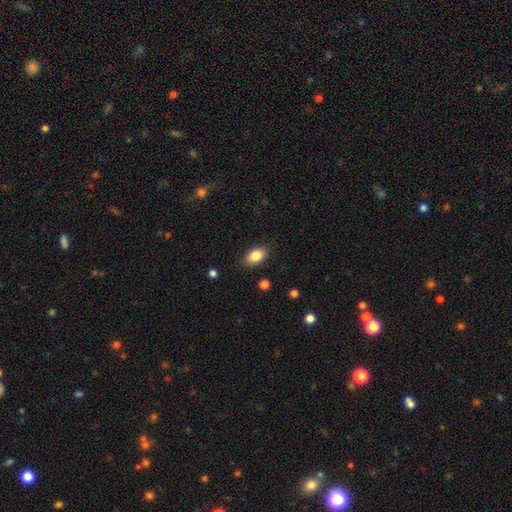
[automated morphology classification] This appears to be a smooth galaxy with no disk features (85%) that is in between round and cigar-shaped (90%). Merging: none (85%).